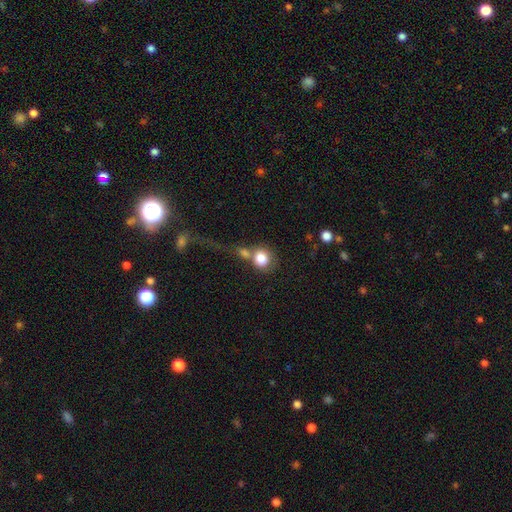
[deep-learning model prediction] This is likely a smooth galaxy (64%). How rounded: clearly round (88%). Merging: possibly none (50%).